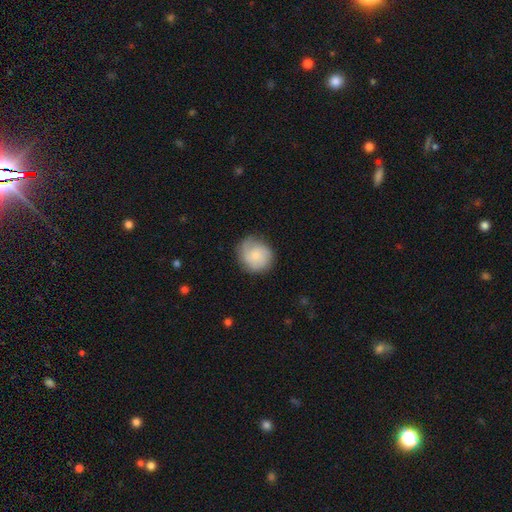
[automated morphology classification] Smooth or featured? Predicted: smooth (p=0.64). How rounded? Predicted: round (p=0.84). Merging? Predicted: none (p=0.72).